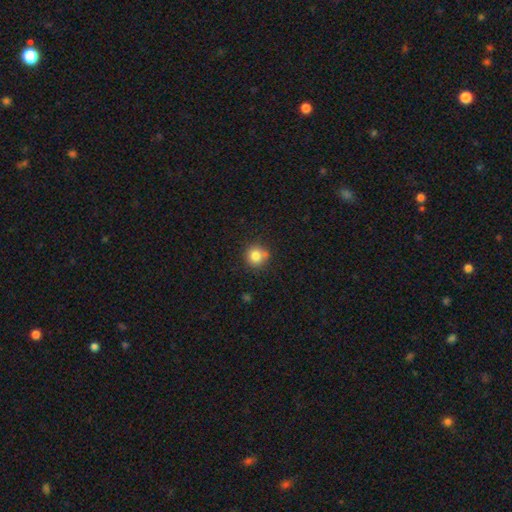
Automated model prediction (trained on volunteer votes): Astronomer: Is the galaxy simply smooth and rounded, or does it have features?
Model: smooth — 82%.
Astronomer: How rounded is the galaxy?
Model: round — 93%.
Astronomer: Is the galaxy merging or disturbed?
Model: none — 75%.